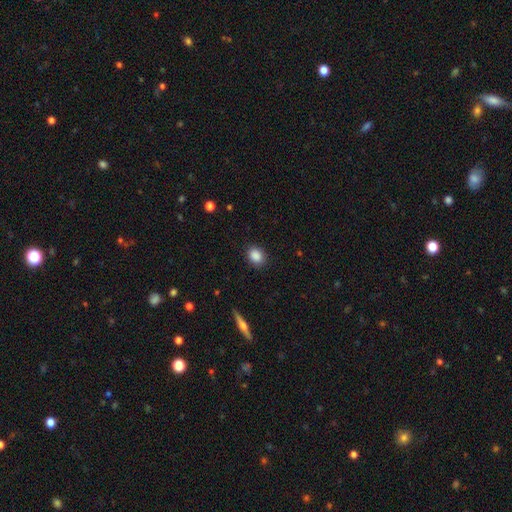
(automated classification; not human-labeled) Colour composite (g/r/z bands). It shows a smooth galaxy with no disk features (87%) that is in between round and cigar-shaped (51%). Merging: none (87%).